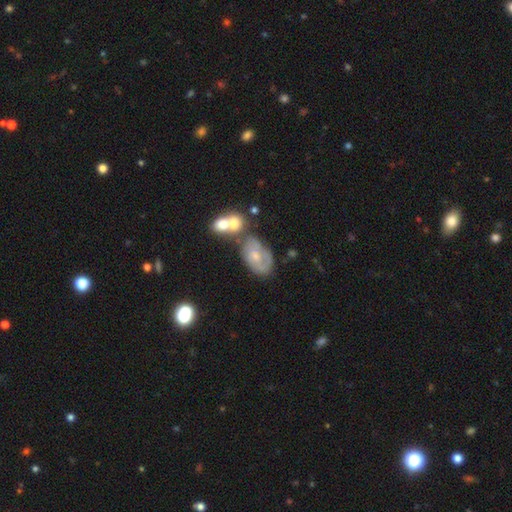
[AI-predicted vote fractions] Morphology: type=featured or disk (55%); edge-on=no (95%); bar=no (69%); spiral arms=yes (59%); bulge=small (59%); merging=none (37%).